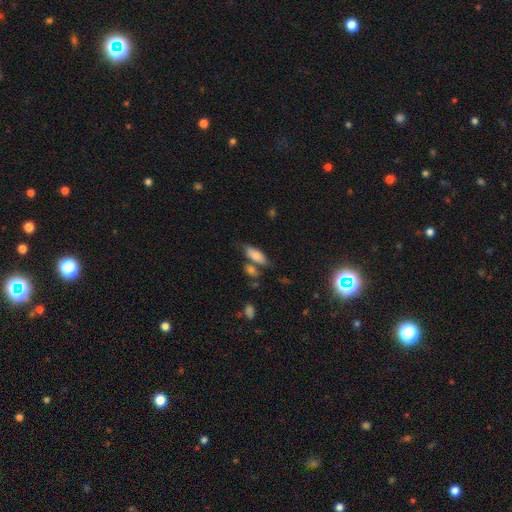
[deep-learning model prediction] Morphology: type=smooth (77%); roundness=in between (76%); merging=none (56%).